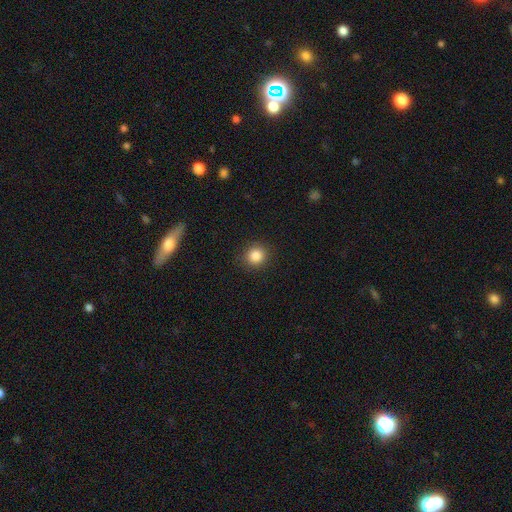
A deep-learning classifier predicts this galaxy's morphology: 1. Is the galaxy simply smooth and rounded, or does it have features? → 85% smooth, 11% star or artifact, 4% featured or disk.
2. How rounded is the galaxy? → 91% round, 8% in between, 1% cigar-shaped.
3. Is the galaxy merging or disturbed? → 91% none, 6% minor disturbance, 2% major disturbance, 1% merger.